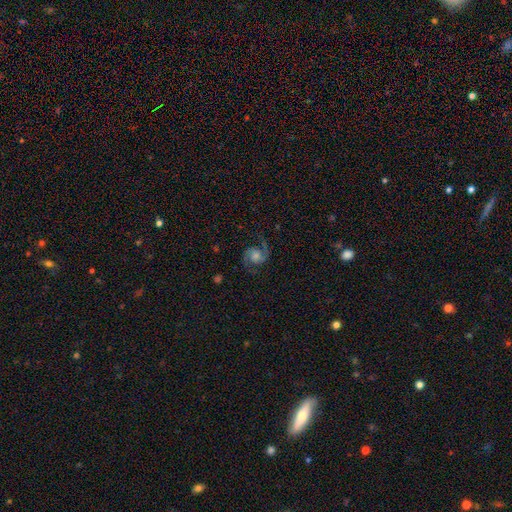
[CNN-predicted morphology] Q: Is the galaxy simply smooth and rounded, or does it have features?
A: featured or disk — 87%.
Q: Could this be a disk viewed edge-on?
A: no — 98%.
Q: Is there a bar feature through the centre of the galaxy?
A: no — 67%.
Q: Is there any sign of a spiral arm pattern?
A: yes — 98%.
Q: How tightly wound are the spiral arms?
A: medium — 56%.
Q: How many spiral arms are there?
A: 2 — 94%.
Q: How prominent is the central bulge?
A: moderate — 44%.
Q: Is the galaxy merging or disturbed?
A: none — 81%.